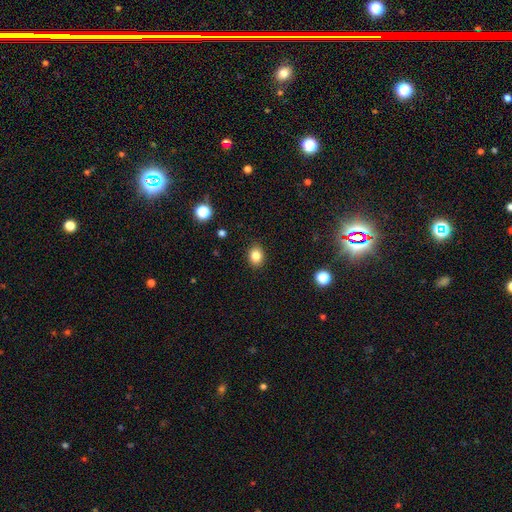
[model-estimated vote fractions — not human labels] Smooth or featured?
  - smooth: 84% *
  - star or artifact: 11%
  - featured or disk: 5%
How rounded?
  - round: 55% *
  - in between: 44%
  - cigar-shaped: 1%
Merging?
  - none: 90% *
  - minor disturbance: 7%
  - major disturbance: 2%
  - merger: 1%